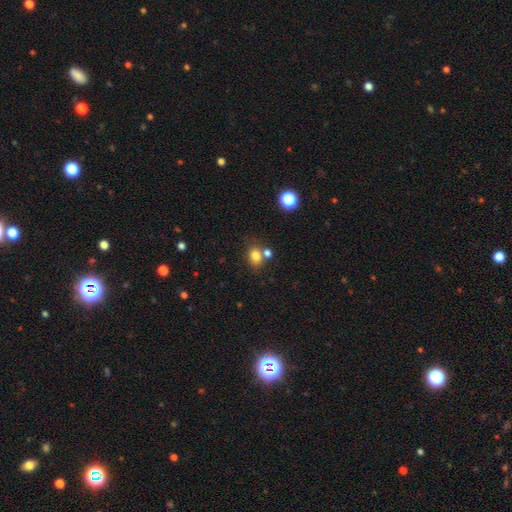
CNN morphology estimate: Smooth or featured? Predicted: smooth (p=0.79). How rounded? Predicted: in between (p=0.53). Merging? Predicted: none (p=0.58).